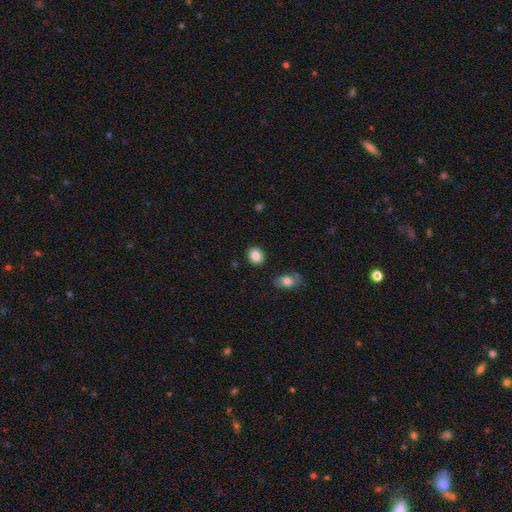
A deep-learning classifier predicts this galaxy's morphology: smooth-or-featured: smooth: 87% | star or artifact: 8% | featured or disk: 5%
  how-rounded: round: 50% | in between: 49% | cigar-shaped: 1%
  merging: none: 87% | minor disturbance: 8% | merger: 3% | major disturbance: 2%